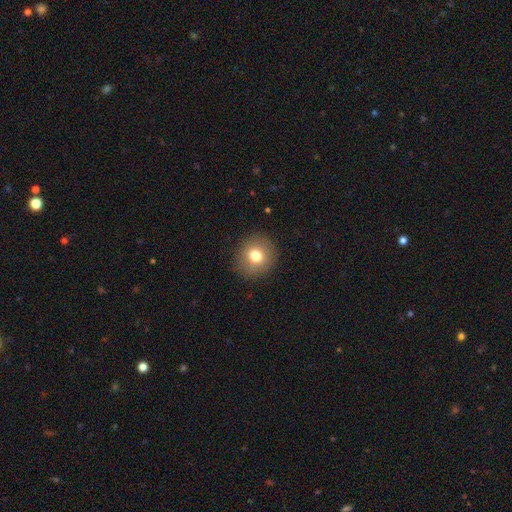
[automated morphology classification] A smooth galaxy with no disk features (76%) that is round (89%).

Vote fractions:
- Smooth or featured? smooth: 76% / featured or disk: 14% / star or artifact: 10%
- How rounded? round: 89% / in between: 10% / cigar-shaped: 1%
- Merging? none: 89% / minor disturbance: 7% / major disturbance: 3% / merger: 1%